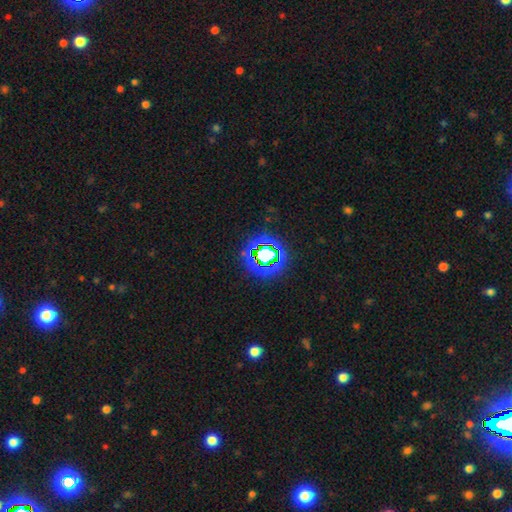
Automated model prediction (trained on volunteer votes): Overall: star or artifact (78%).